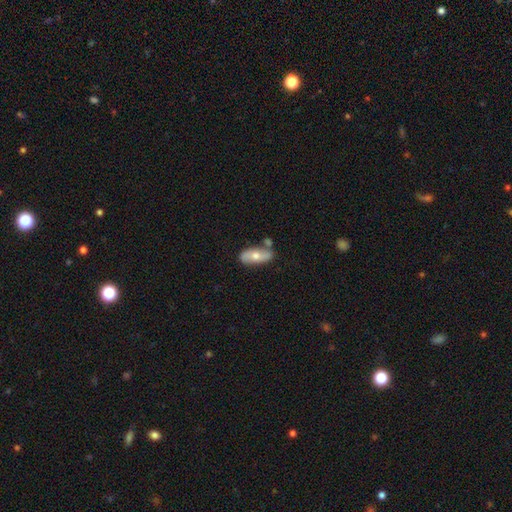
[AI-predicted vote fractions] This is possibly a smooth galaxy (54%). How rounded: likely in between (80%). Merging: likely none (64%).